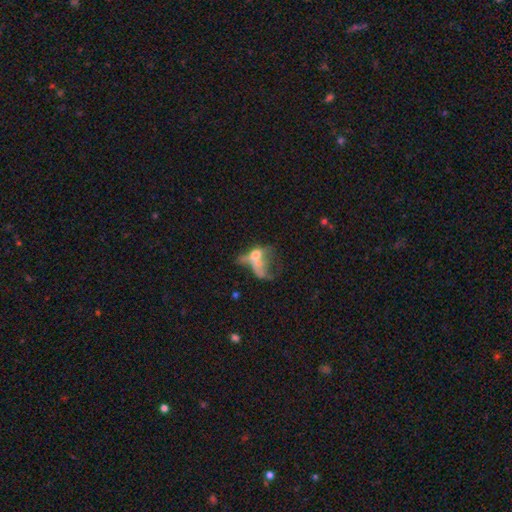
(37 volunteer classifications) Smooth or featured? featured or disk (59%)
Edge-on disk? no (68%)
Bar? no (73%)
Spiral arms? no (80%)
Bulge size? moderate (60%)
Merging? major disturbance (43%)